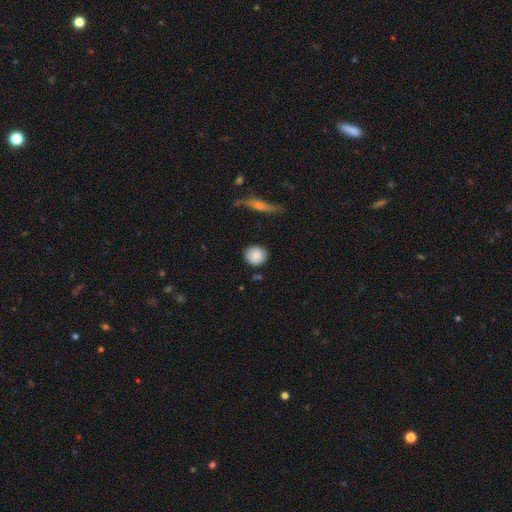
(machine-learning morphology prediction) The model was most divided on "merging": none: 86%, minor disturbance: 9%, major disturbance: 2%, merger: 2%. More confident: how rounded — round (90%); smooth or featured — smooth (86%).